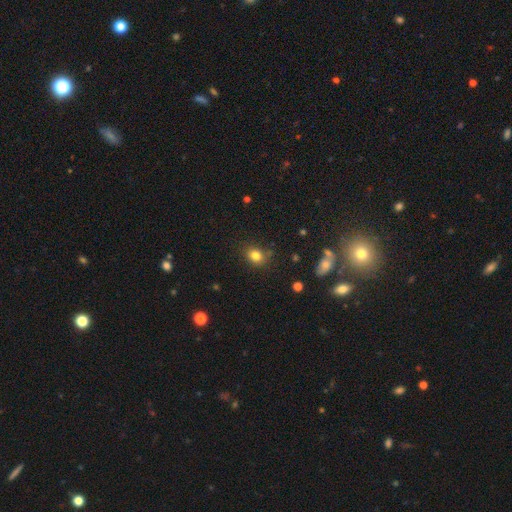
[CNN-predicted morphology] This appears to be a smooth galaxy with no disk features (81%) that is round (54%). Merging: none (80%).